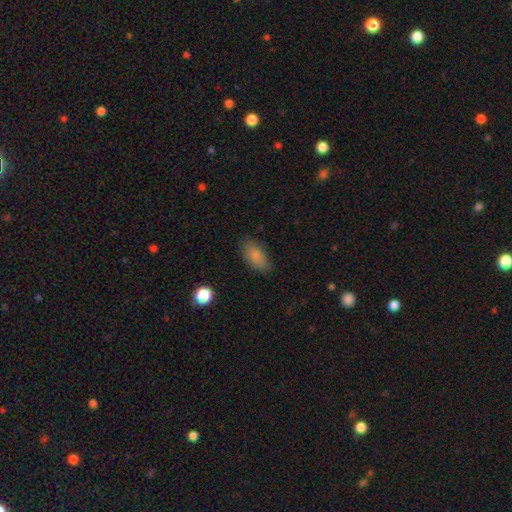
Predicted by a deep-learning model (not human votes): A smooth galaxy with no disk features (85%) that is in between round and cigar-shaped (90%).

Vote fractions:
- Smooth or featured? smooth: 85% / star or artifact: 8% / featured or disk: 7%
- How rounded? in between: 90% / cigar-shaped: 6% / round: 4%
- Merging? none: 84% / minor disturbance: 12% / major disturbance: 3% / merger: 1%